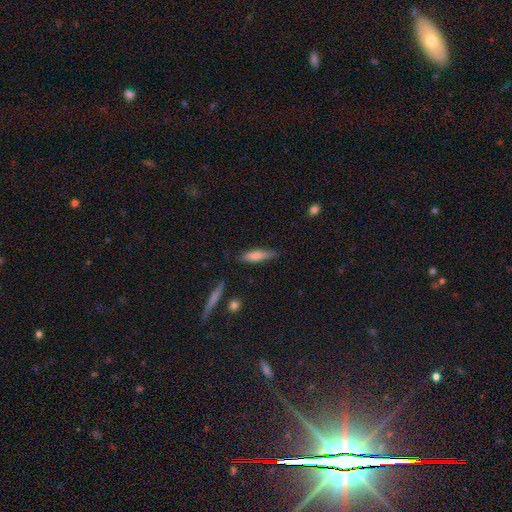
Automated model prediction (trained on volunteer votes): smooth_or_featured: smooth (p=0.73) [alt: featured or disk p=0.21]
how_rounded: cigar-shaped (p=0.73) [alt: in between p=0.25]
merging: none (p=0.75) [alt: minor disturbance p=0.19]